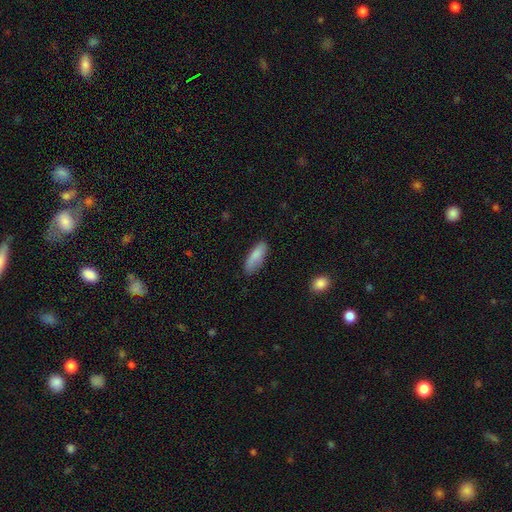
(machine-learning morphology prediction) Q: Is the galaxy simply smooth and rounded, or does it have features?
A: smooth — 85%.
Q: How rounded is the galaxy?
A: in between — 66%.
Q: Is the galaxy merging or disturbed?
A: none — 75%.